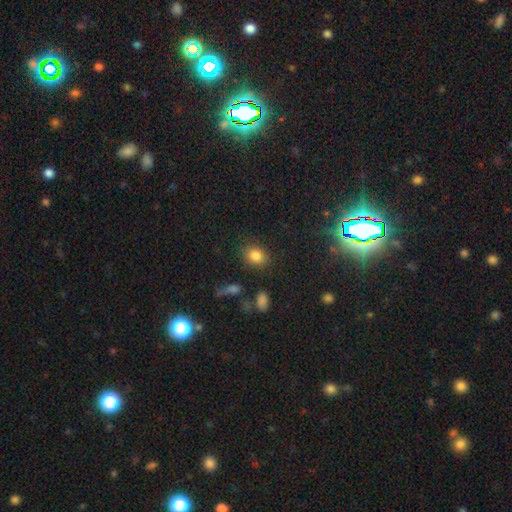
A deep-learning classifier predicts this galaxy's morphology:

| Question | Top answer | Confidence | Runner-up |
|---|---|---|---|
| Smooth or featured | smooth | 83% | star or artifact (11%) |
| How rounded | in between | 52% | round (46%) |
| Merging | none | 81% | minor disturbance (11%) |